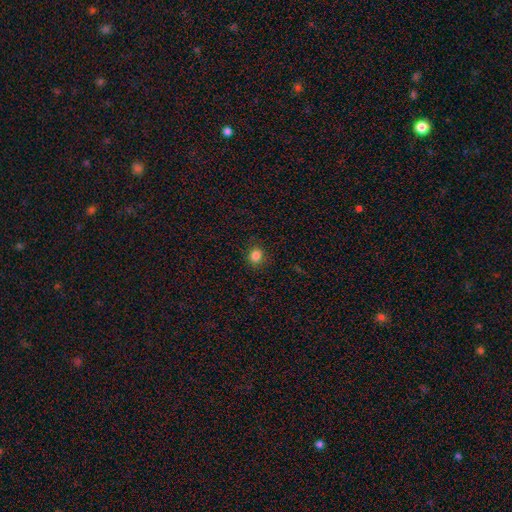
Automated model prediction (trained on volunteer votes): smooth 84%, star or artifact 12%, featured or disk 4%. Down the decision tree: how rounded — round (82%); merging — none (89%).